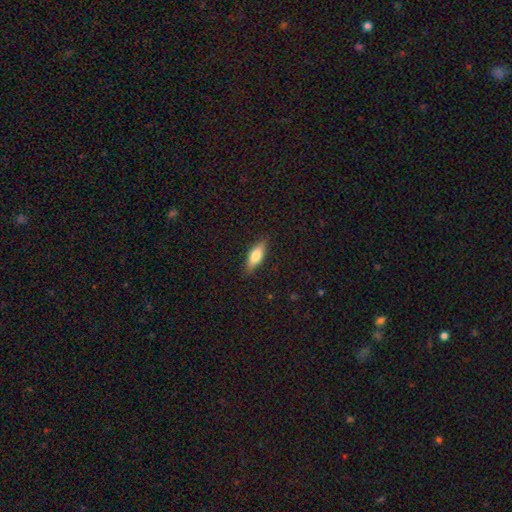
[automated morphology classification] smooth-or-featured: smooth: 68% | featured or disk: 26% | star or artifact: 7%
  how-rounded: in between: 60% | cigar-shaped: 37% | round: 3%
  merging: none: 86% | minor disturbance: 11% | major disturbance: 2% | merger: 1%